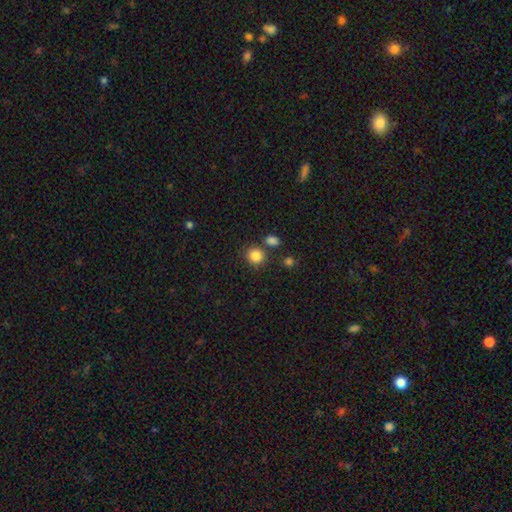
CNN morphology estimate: type=smooth (85%); roundness=round (86%); merging=none (76%).